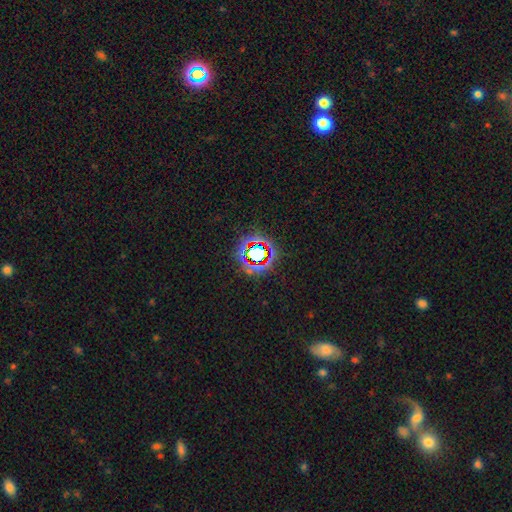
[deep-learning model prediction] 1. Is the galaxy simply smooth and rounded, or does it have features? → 71% star or artifact, 17% smooth, 12% featured or disk.